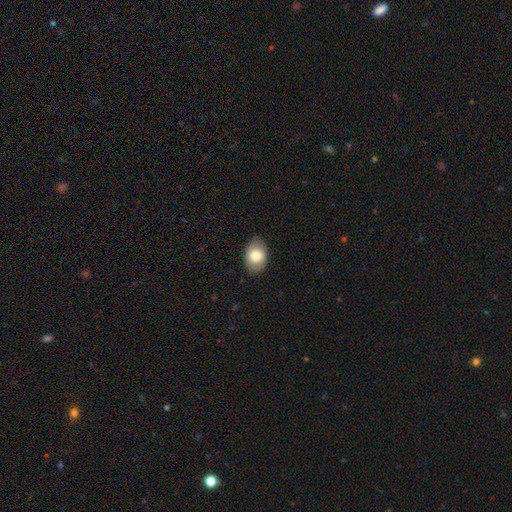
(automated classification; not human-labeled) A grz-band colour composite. It shows a smooth galaxy with no disk features (79%) that is in between round and cigar-shaped (78%). Merging: none (84%).